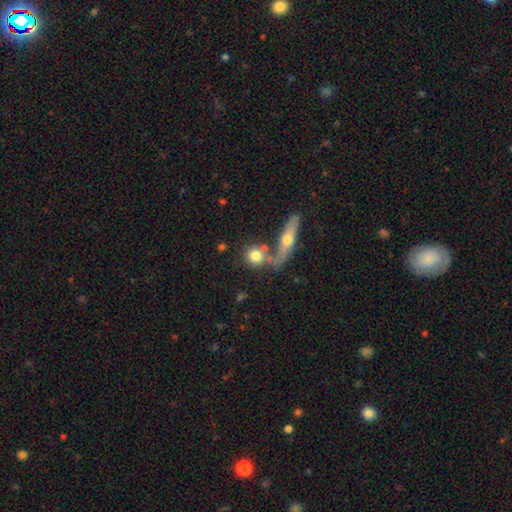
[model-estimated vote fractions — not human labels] The model was most divided on "merging": none: 53%, merger: 30%, minor disturbance: 11%, major disturbance: 5%. More confident: how rounded — round (76%); smooth or featured — smooth (73%).